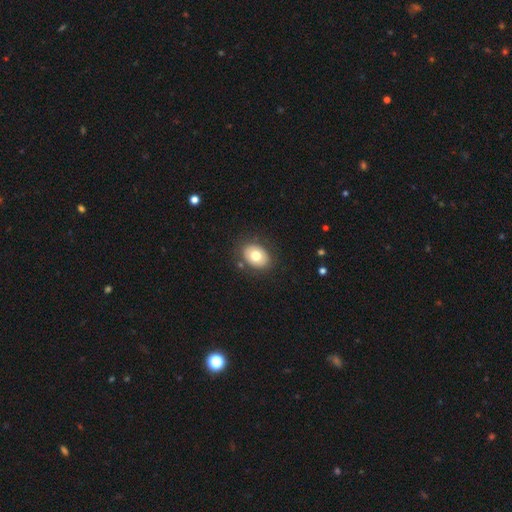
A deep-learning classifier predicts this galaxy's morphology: Q: Smooth or featured?
A: smooth (74%); runner-up: featured or disk (18%)
Q: How rounded?
A: in between (67%); runner-up: round (32%)
Q: Merging?
A: none (85%); runner-up: minor disturbance (10%)